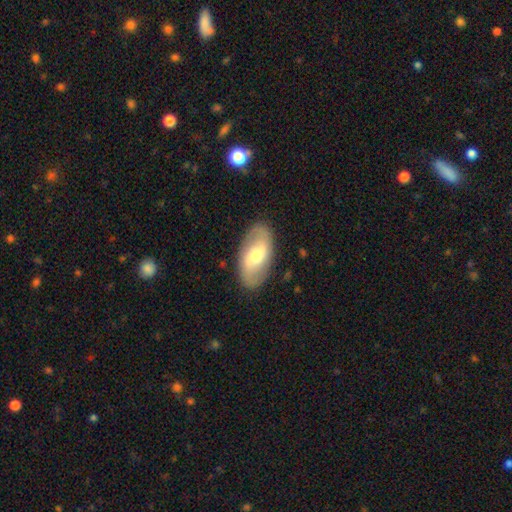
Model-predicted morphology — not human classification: A featured or disk galaxy (57%) with a weak bar (46%), spiral arms (72%) and a moderate central bulge (60%).

Vote fractions:
- Smooth or featured? featured or disk: 57% / smooth: 37% / star or artifact: 6%
- Edge-on disk? no: 92% / yes: 8%
- Bar? weak: 46% / no: 29% / strong: 25%
- Spiral arms? yes: 72% / no: 28%
- Bulge size? moderate: 60% / small: 30% / large: 7% / none: 1% / dominant: 1%
- Merging? none: 86% / minor disturbance: 10% / major disturbance: 3% / merger: 1%